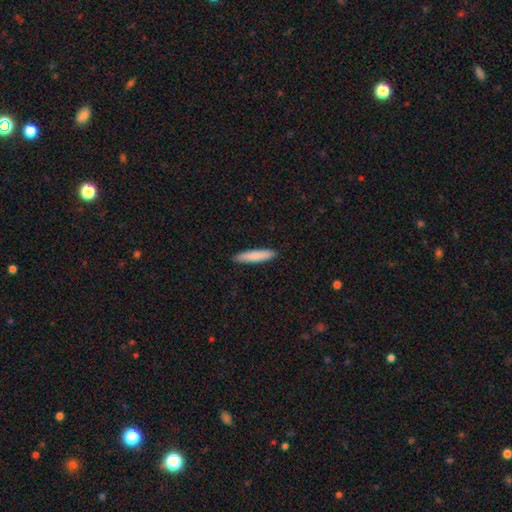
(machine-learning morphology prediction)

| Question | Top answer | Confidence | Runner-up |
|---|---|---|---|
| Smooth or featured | smooth | 84% | featured or disk (10%) |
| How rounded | cigar-shaped | 88% | in between (10%) |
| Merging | none | 91% | minor disturbance (6%) |